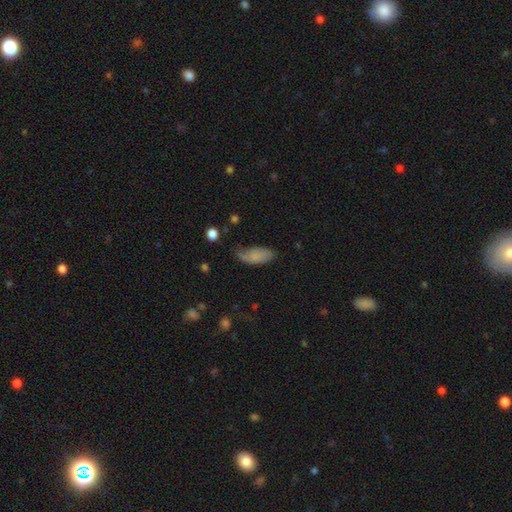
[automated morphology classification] This appears to be a smooth galaxy with no disk features (74%) that is in between round and cigar-shaped (87%). Merging: none (46%).